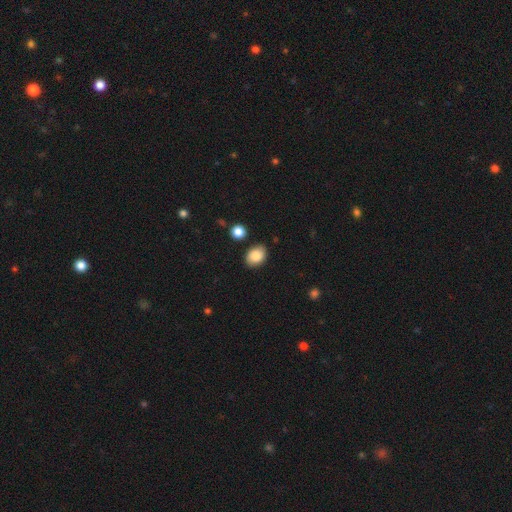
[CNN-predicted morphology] smooth-or-featured: smooth: 86% | star or artifact: 8% | featured or disk: 7%
  how-rounded: in between: 69% | round: 30% | cigar-shaped: 1%
  merging: none: 82% | minor disturbance: 12% | merger: 3% | major disturbance: 3%